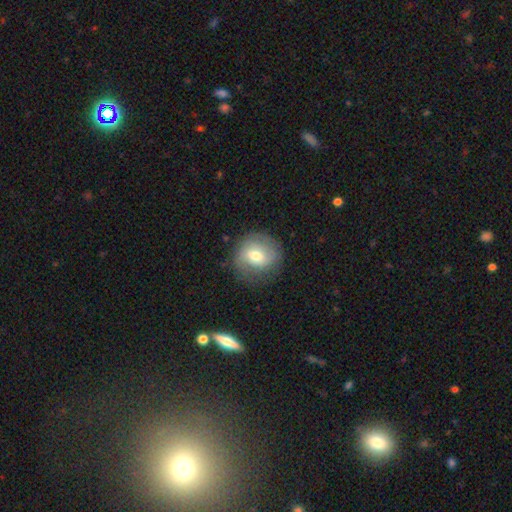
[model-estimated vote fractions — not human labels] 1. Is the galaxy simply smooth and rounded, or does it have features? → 54% smooth, 38% featured or disk, 8% star or artifact.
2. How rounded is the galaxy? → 83% round, 16% in between, 1% cigar-shaped.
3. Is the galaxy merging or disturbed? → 74% none, 17% minor disturbance, 8% major disturbance, 1% merger.